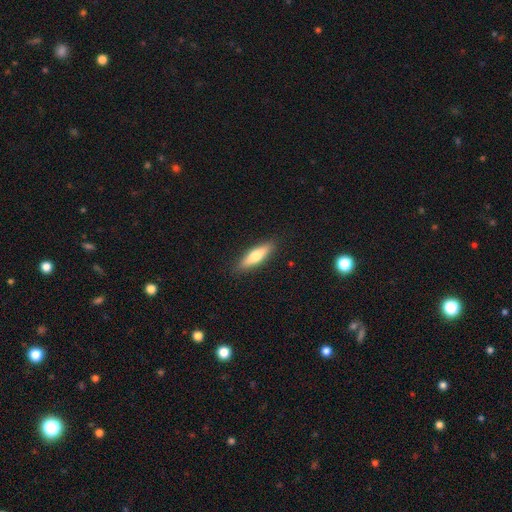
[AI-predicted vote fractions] smooth-or-featured: smooth: 61% | featured or disk: 33% | star or artifact: 6%
  how-rounded: cigar-shaped: 64% | in between: 34% | round: 2%
  merging: none: 89% | minor disturbance: 8% | major disturbance: 2% | merger: 1%